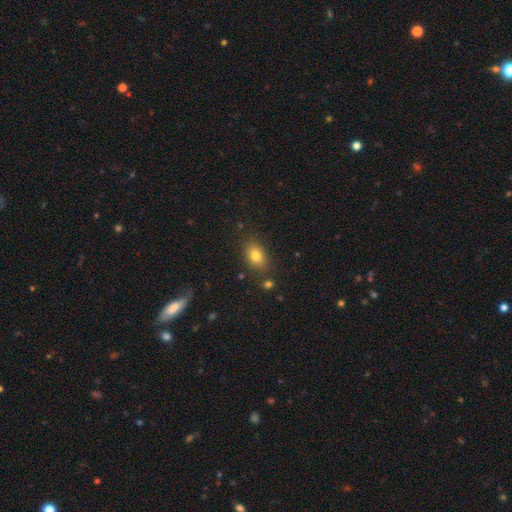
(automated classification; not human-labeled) smooth 79%, star or artifact 11%, featured or disk 9%. Down the decision tree: how rounded — in between (78%); merging — none (82%).